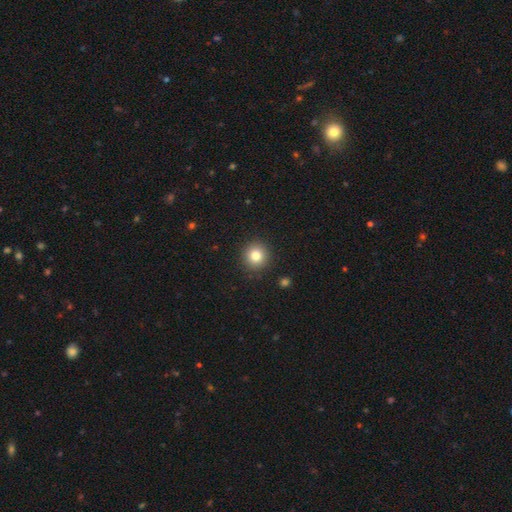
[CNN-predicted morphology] A smooth galaxy with no disk features (81%) that is round (92%). Merging: none (91%).